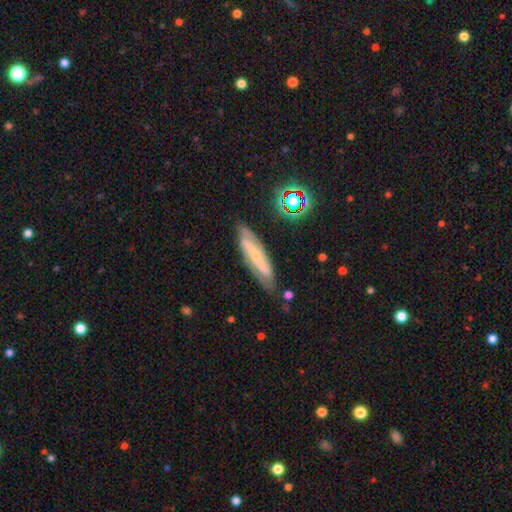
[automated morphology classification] Smooth or featured? featured or disk (71%)
Edge-on disk? no (67%)
Merging? none (77%)